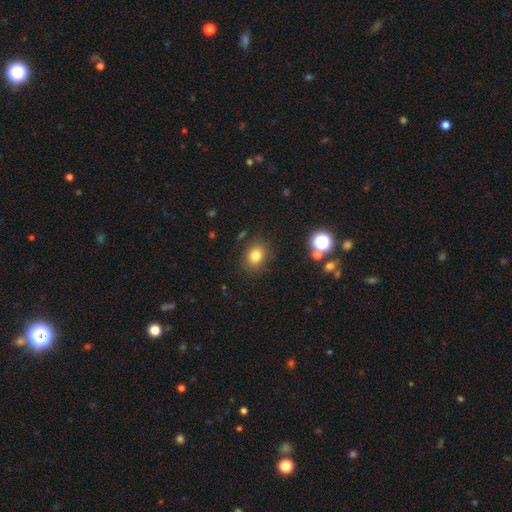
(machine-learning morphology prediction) A smooth galaxy with no disk features (80%) that is round (56%).

Vote fractions:
- Smooth or featured? smooth: 80% / star or artifact: 13% / featured or disk: 7%
- How rounded? round: 56% / in between: 43% / cigar-shaped: 1%
- Merging? none: 84% / minor disturbance: 10% / major disturbance: 3% / merger: 2%